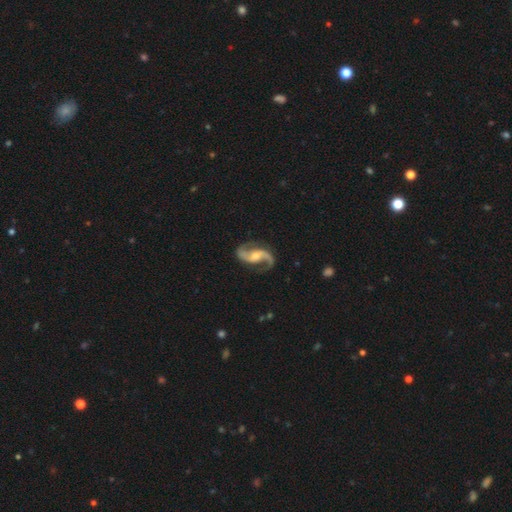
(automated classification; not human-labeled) Smooth or featured? Predicted: featured or disk (p=0.92). Edge-on disk? Predicted: no (p=0.97). Bar? Predicted: no (p=0.42). Spiral arms? Predicted: yes (p=0.98). Spiral winding? Predicted: loose (p=0.59). Spiral arm count? Predicted: 2 (p=0.93). Bulge size? Predicted: moderate (p=0.49). Merging? Predicted: none (p=0.76).